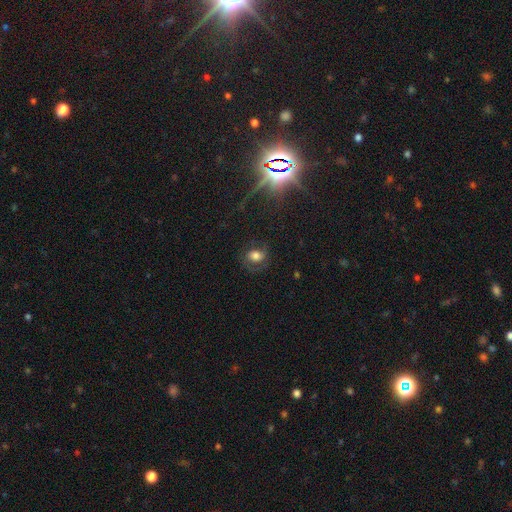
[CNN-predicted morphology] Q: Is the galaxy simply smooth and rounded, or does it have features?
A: smooth — 52%.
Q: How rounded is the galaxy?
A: in between — 54%.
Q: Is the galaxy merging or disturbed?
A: none — 63%.